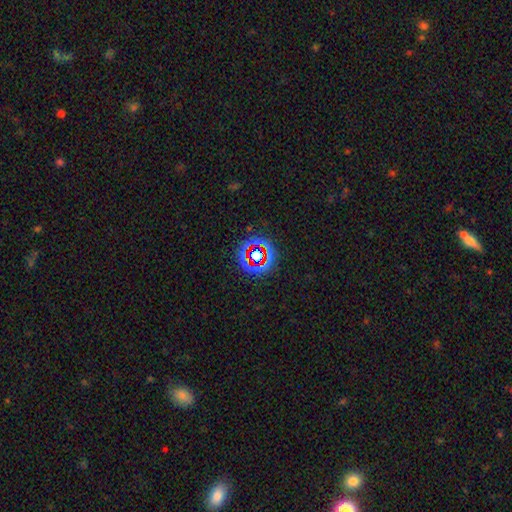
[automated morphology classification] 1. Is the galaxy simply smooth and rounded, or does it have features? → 69% star or artifact, 19% smooth, 12% featured or disk.